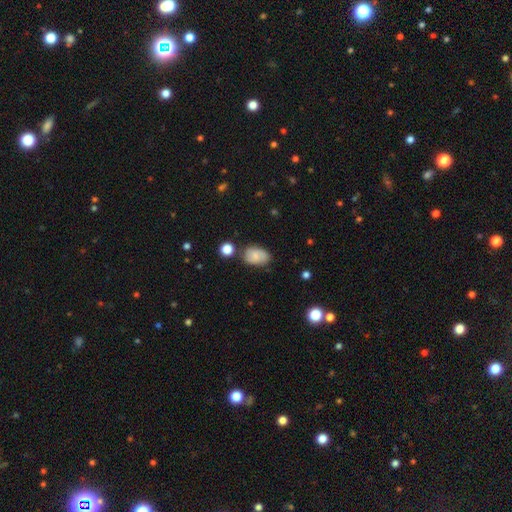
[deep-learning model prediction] smooth-or-featured: smooth: 73% | featured or disk: 19% | star or artifact: 9%
  how-rounded: in between: 87% | round: 11% | cigar-shaped: 1%
  merging: none: 67% | minor disturbance: 22% | merger: 6% | major disturbance: 5%